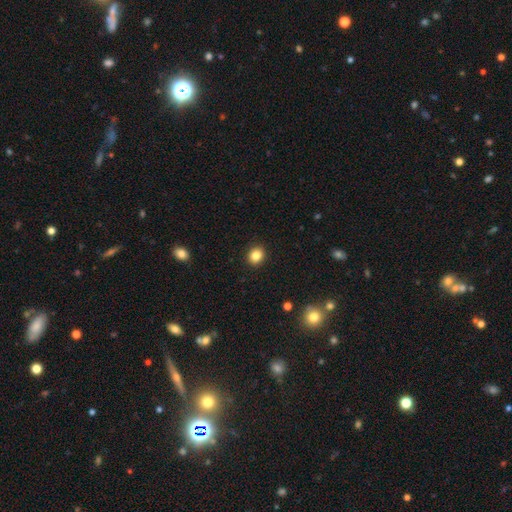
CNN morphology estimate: type=smooth (85%); roundness=round (69%); merging=none (91%).